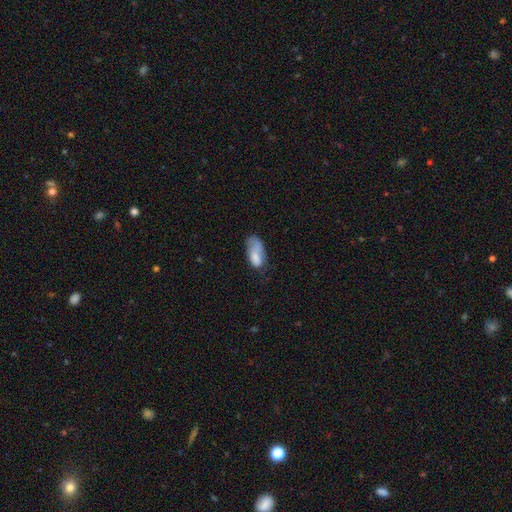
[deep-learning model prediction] Smooth or featured?
  - smooth: 72% *
  - featured or disk: 20%
  - star or artifact: 8%
How rounded?
  - in between: 92% *
  - cigar-shaped: 5%
  - round: 3%
Merging?
  - major disturbance: 35% *
  - minor disturbance: 32%
  - none: 28%
  - merger: 6%